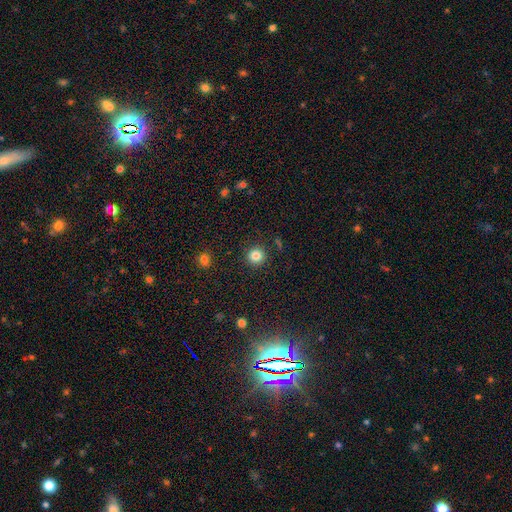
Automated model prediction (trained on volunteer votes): Smooth or featured? smooth (84%)
How rounded? round (94%)
Merging? none (91%)